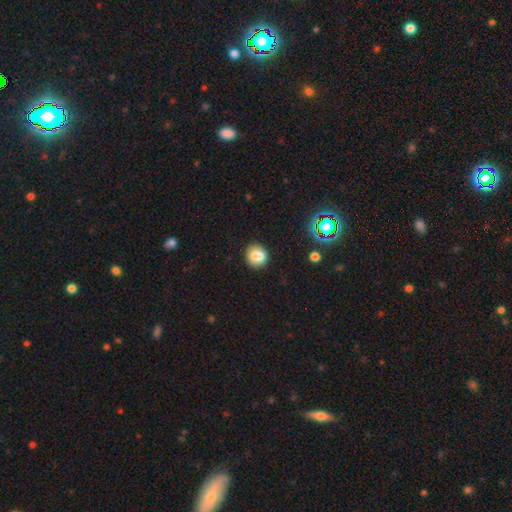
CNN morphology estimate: A smooth galaxy with no disk features (77%) that is round (76%).

Vote fractions:
- Smooth or featured? smooth: 77% / star or artifact: 12% / featured or disk: 11%
- How rounded? round: 76% / in between: 23% / cigar-shaped: 1%
- Merging? none: 74% / minor disturbance: 14% / merger: 8% / major disturbance: 4%